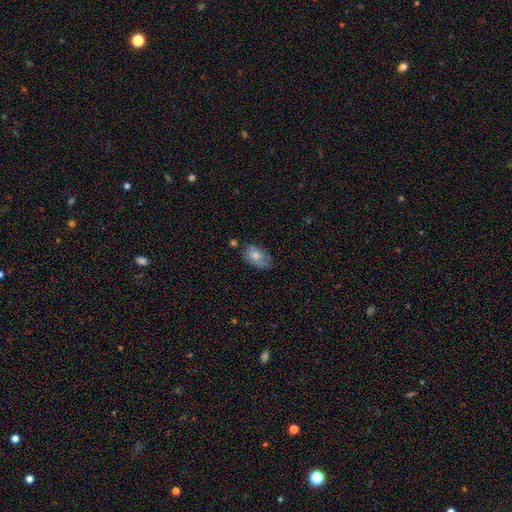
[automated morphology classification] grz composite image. It shows a smooth galaxy with no disk features (71%) that is in between round and cigar-shaped (91%). Merging: none (58%).